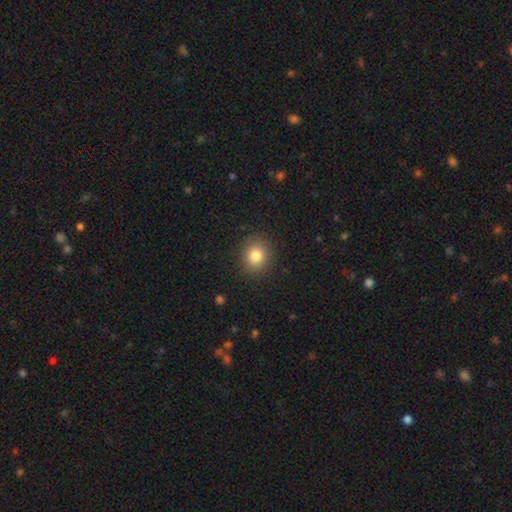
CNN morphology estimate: Overall: smooth (82%). How rounded: round (76%). Merging: none (89%).